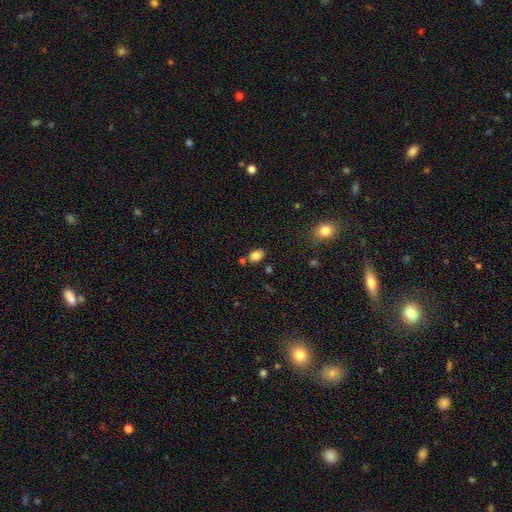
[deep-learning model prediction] A smooth galaxy with no disk features (83%) that is in between round and cigar-shaped (80%).

Vote fractions:
- Smooth or featured? smooth: 83% / star or artifact: 10% / featured or disk: 7%
- How rounded? in between: 80% / round: 19% / cigar-shaped: 1%
- Merging? none: 76% / minor disturbance: 13% / merger: 8% / major disturbance: 3%